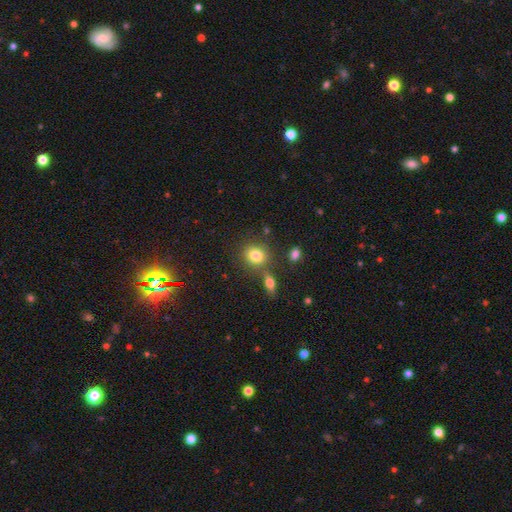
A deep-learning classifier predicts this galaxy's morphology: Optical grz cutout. It shows a smooth galaxy with no disk features (82%) that is round (68%). Merging: none (69%).